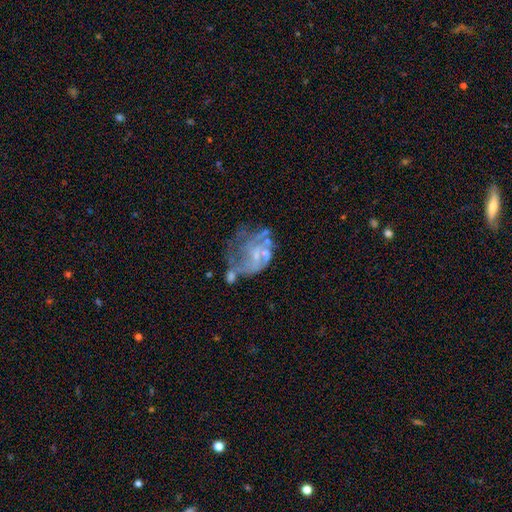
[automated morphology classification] Smooth or featured? featured or disk (70%)
Edge-on disk? no (98%)
Bar? no (69%)
Spiral arms? yes (51%)
Bulge size? small (47%)
Merging? major disturbance (38%)